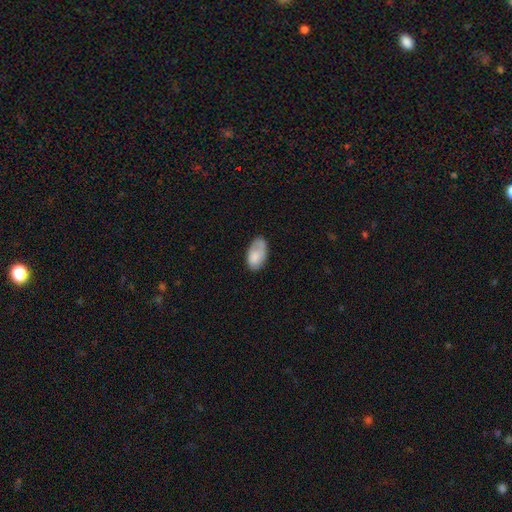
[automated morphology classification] Smooth or featured? Predicted: smooth (p=0.76). How rounded? Predicted: in between (p=0.94). Merging? Predicted: none (p=0.58).